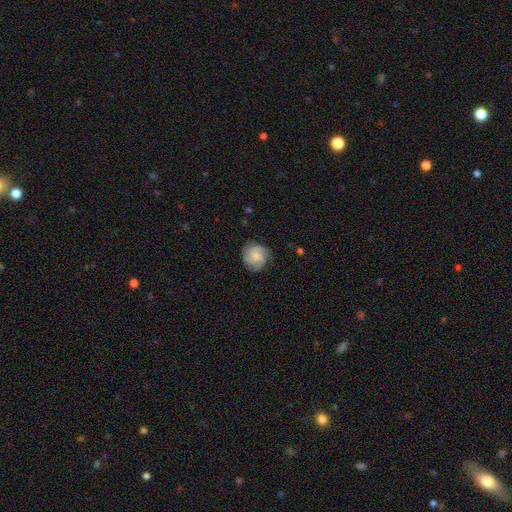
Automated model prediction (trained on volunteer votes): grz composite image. It shows a featured or disk galaxy (50%). Merging: none (79%).